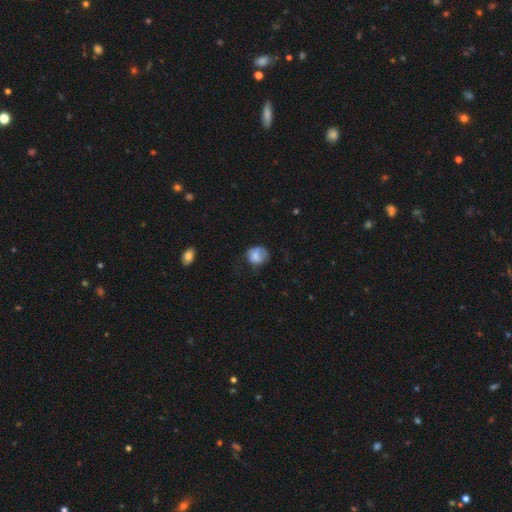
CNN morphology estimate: Q: Smooth or featured?
A: smooth (70%); runner-up: featured or disk (21%)
Q: How rounded?
A: round (61%); runner-up: in between (38%)
Q: Merging?
A: none (41%); runner-up: minor disturbance (33%)